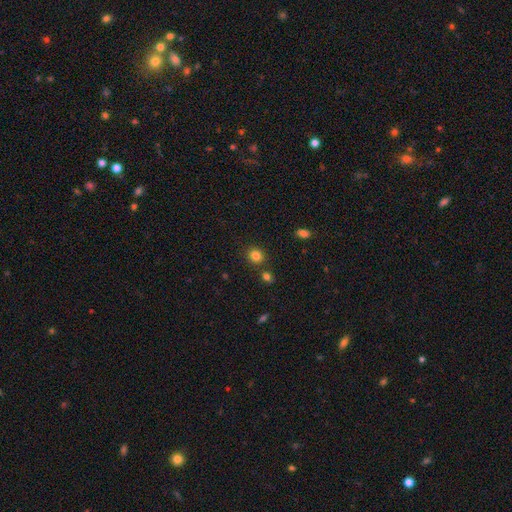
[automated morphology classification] smooth-or-featured: smooth: 82% | star or artifact: 13% | featured or disk: 5%
  how-rounded: round: 84% | in between: 15% | cigar-shaped: 1%
  merging: none: 82% | minor disturbance: 8% | merger: 7% | major disturbance: 3%